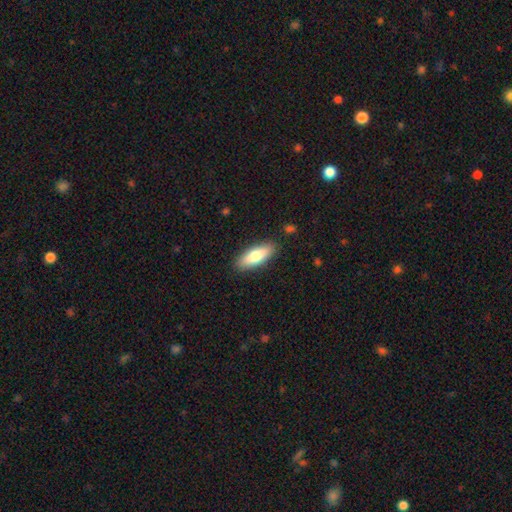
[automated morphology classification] This appears to be a smooth galaxy with no disk features (75%) that is in between round and cigar-shaped (66%). Merging: none (88%).